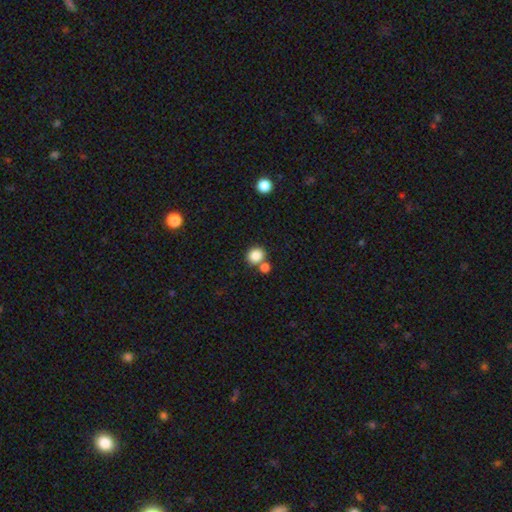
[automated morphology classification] Smooth or featured? smooth (85%)
How rounded? round (80%)
Merging? none (64%)